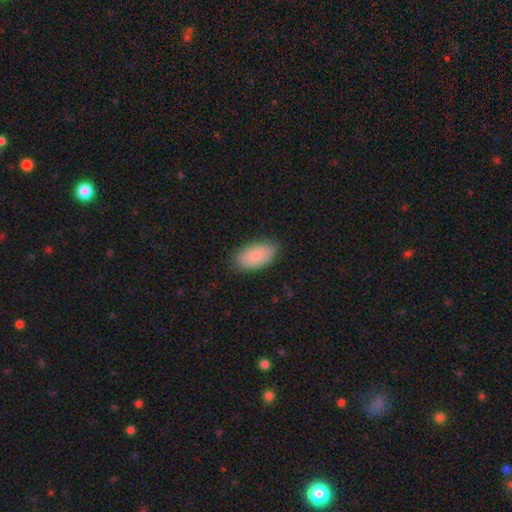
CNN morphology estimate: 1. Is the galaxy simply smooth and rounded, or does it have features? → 85% smooth, 8% featured or disk, 6% star or artifact.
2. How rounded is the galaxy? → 94% in between, 3% cigar-shaped, 3% round.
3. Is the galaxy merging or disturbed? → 83% none, 13% minor disturbance, 3% major disturbance, 1% merger.